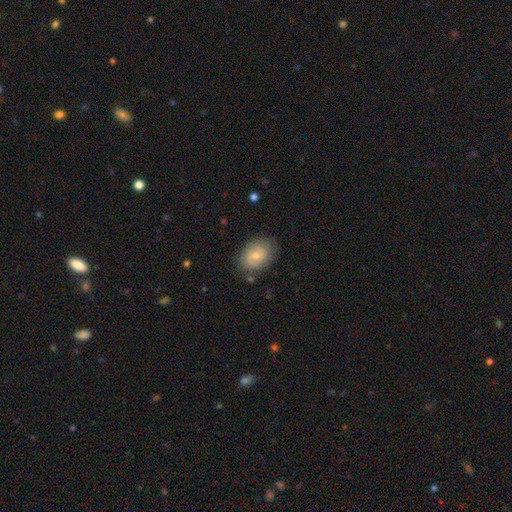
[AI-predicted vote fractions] smooth-or-featured: smooth: 69% | featured or disk: 24% | star or artifact: 7%
  how-rounded: in between: 75% | round: 24% | cigar-shaped: 1%
  merging: none: 78% | minor disturbance: 16% | major disturbance: 4% | merger: 2%